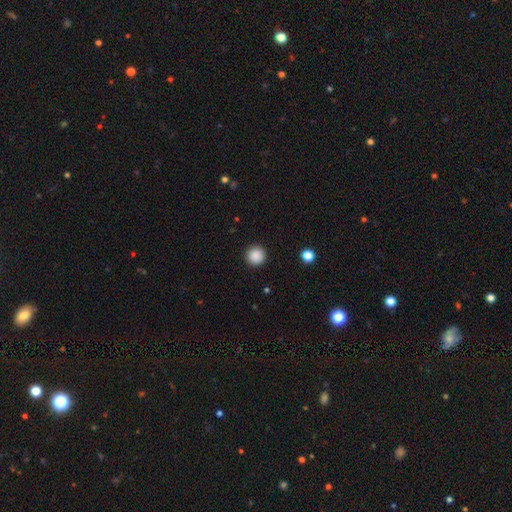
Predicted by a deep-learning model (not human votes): Smooth or featured? Predicted: smooth (p=0.88). How rounded? Predicted: round (p=0.95). Merging? Predicted: none (p=0.92).